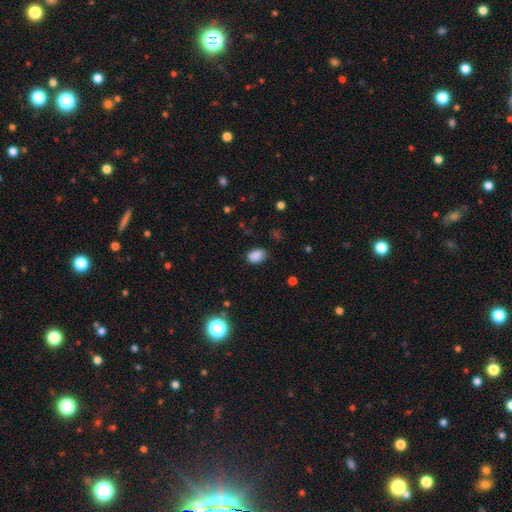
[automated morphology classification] Smooth or featured? Predicted: smooth (p=0.86). How rounded? Predicted: in between (p=0.83). Merging? Predicted: none (p=0.81).